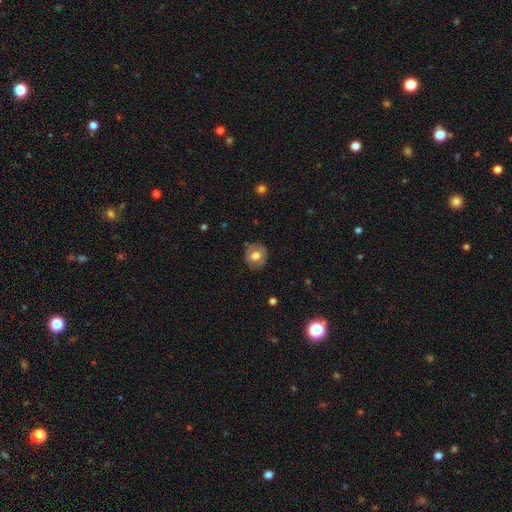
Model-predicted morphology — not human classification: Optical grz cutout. It shows a smooth galaxy with no disk features (59%) that is round (81%). Merging: none (81%).